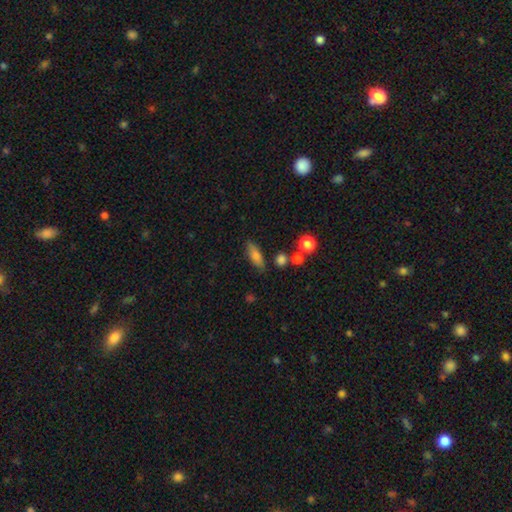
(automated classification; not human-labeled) Smooth or featured?
  - smooth: 76% *
  - featured or disk: 15%
  - star or artifact: 9%
How rounded?
  - in between: 59% *
  - cigar-shaped: 36%
  - round: 5%
Merging?
  - none: 79% *
  - minor disturbance: 13%
  - merger: 5%
  - major disturbance: 4%